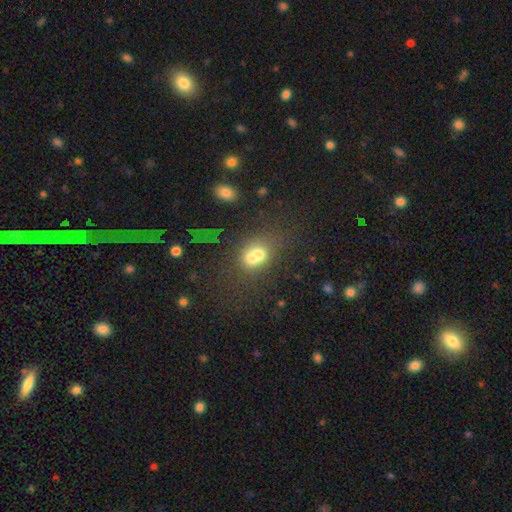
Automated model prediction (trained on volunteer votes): Q: Smooth or featured?
A: smooth (60%); runner-up: featured or disk (25%)
Q: How rounded?
A: in between (55%); runner-up: round (43%)
Q: Merging?
A: merger (58%); runner-up: none (25%)